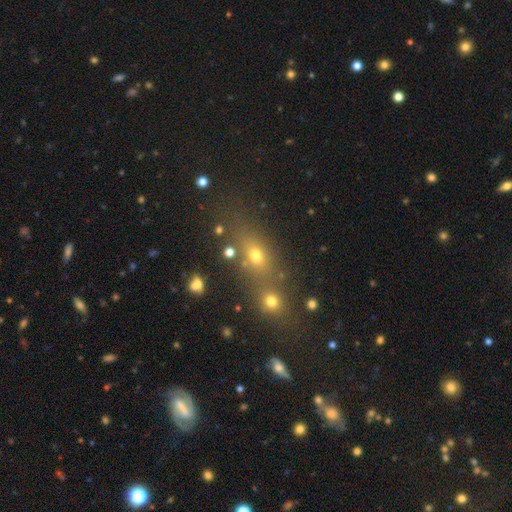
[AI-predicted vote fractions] Q: Smooth or featured?
A: smooth (49%); runner-up: star or artifact (33%)
Q: Merging?
A: none (55%); runner-up: merger (29%)